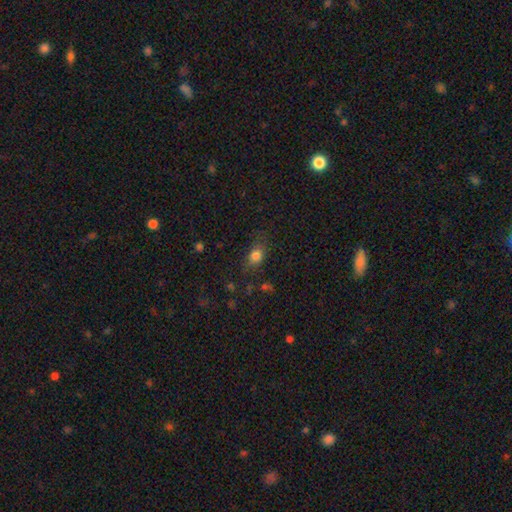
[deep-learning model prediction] This is likely a smooth galaxy (79%). How rounded: likely in between (67%). Merging: likely none (70%).